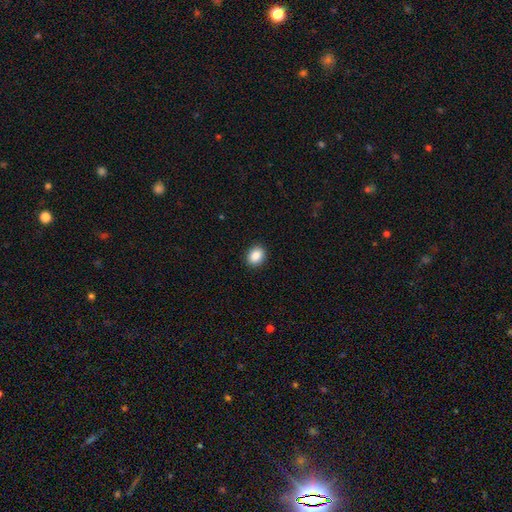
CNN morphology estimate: smooth-or-featured: smooth: 88% | star or artifact: 8% | featured or disk: 3%
  how-rounded: in between: 57% | round: 42% | cigar-shaped: 1%
  merging: none: 91% | minor disturbance: 6% | major disturbance: 2% | merger: 1%